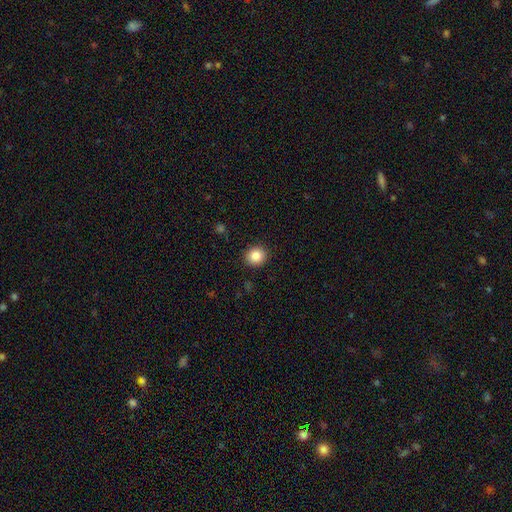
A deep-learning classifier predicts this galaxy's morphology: type=smooth (85%); roundness=round (84%); merging=none (91%).